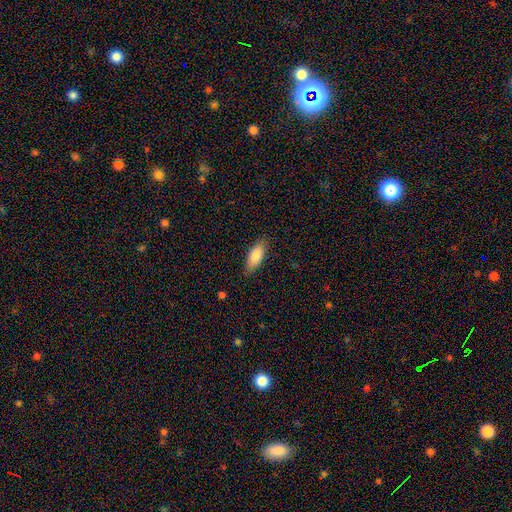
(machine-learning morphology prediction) type=smooth (83%); roundness=in between (81%); merging=none (85%).